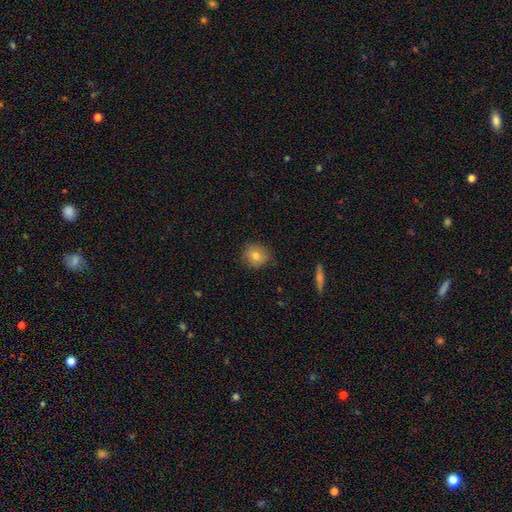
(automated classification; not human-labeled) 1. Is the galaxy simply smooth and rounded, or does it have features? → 75% smooth, 14% featured or disk, 10% star or artifact.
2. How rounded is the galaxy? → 86% round, 13% in between, 1% cigar-shaped.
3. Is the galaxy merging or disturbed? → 83% none, 14% minor disturbance, 3% major disturbance, 1% merger.